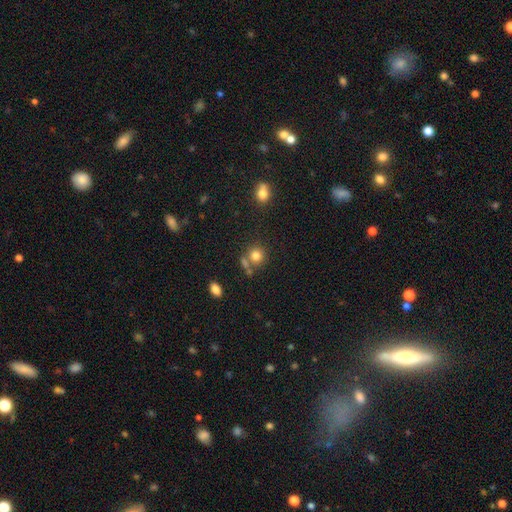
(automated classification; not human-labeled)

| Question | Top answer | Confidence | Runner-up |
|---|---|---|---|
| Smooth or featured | smooth | 79% | star or artifact (13%) |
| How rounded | round | 85% | in between (14%) |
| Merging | none | 63% | merger (21%) |